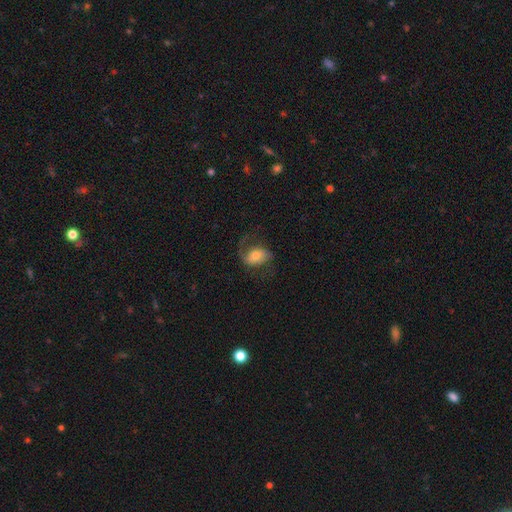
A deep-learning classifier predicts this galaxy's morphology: smooth-or-featured: featured or disk: 59% | smooth: 33% | star or artifact: 8%
  disk-edge-on: no: 96% | yes: 4%
    bar: no: 48% | weak: 33% | strong: 18%
    has-spiral-arms: yes: 87% | no: 13%
    bulge-size: moderate: 61% | small: 24% | large: 11% | dominant: 2% | none: 2%
  merging: none: 57% | major disturbance: 22% | minor disturbance: 19% | merger: 2%